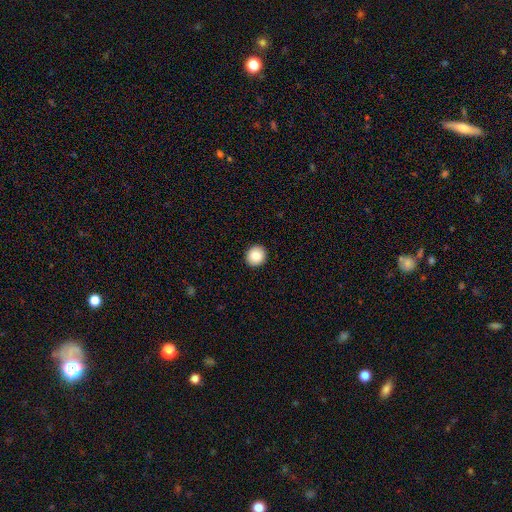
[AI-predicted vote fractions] A smooth galaxy with no disk features (85%) that is round (92%).

Vote fractions:
- Smooth or featured? smooth: 85% / star or artifact: 9% / featured or disk: 6%
- How rounded? round: 92% / in between: 7% / cigar-shaped: 1%
- Merging? none: 93% / minor disturbance: 4% / major disturbance: 1% / merger: 1%